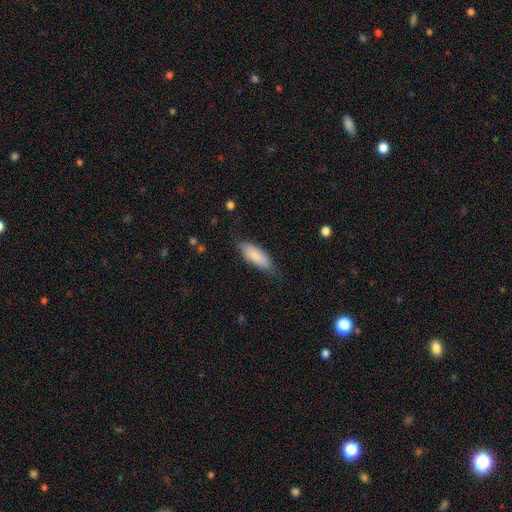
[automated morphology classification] The model was most divided on "how rounded": in between: 65%, cigar-shaped: 33%, round: 2%. More confident: smooth or featured — smooth (84%); merging — none (71%).